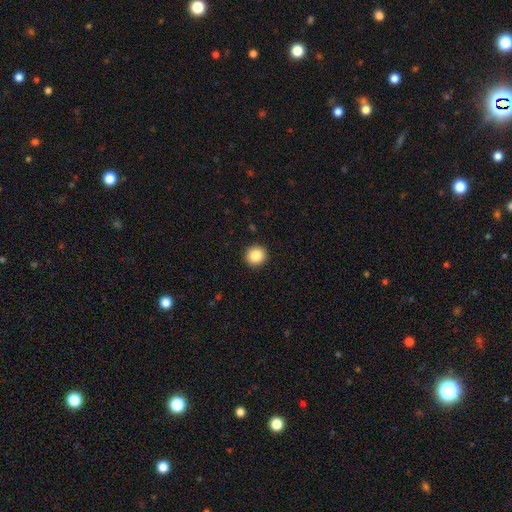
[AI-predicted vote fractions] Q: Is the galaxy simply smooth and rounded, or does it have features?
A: smooth — 86%.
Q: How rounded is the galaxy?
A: round — 92%.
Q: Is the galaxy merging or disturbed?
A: none — 92%.